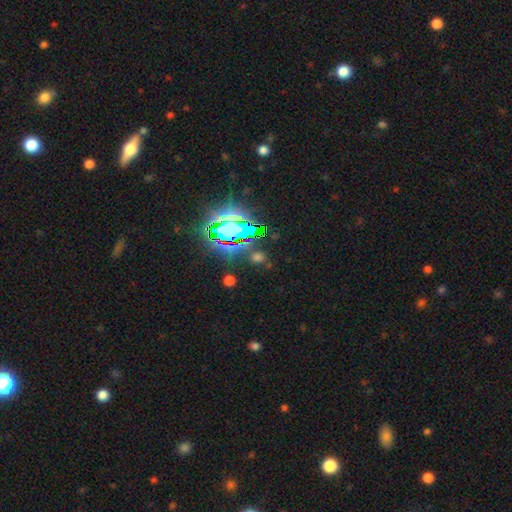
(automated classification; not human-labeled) Overall: star or artifact (72%).